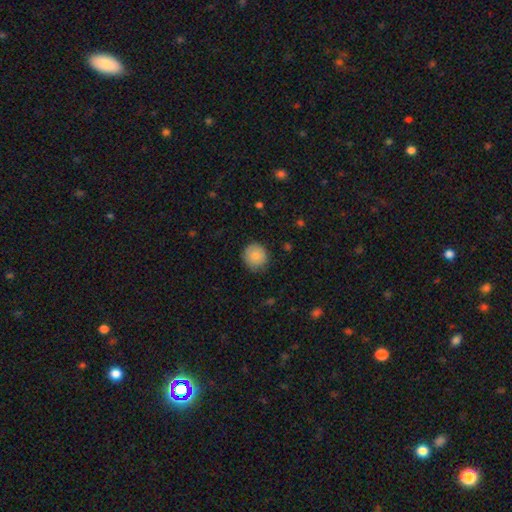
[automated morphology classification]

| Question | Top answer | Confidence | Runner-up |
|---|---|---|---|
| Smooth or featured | smooth | 81% | featured or disk (12%) |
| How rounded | round | 92% | in between (7%) |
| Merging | none | 83% | minor disturbance (14%) |